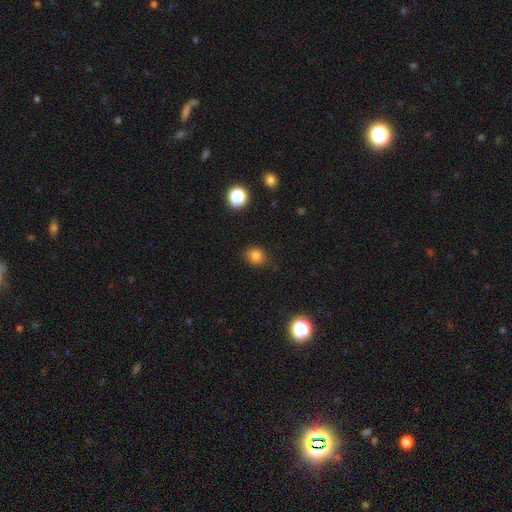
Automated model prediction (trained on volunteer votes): This appears to be a smooth galaxy with no disk features (81%) that is round (77%). Merging: none (85%).